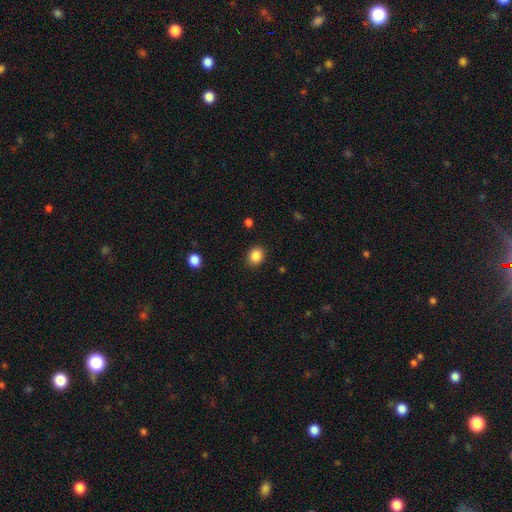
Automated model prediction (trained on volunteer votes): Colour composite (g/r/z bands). It shows a smooth galaxy with no disk features (87%) that is round (64%). Merging: none (88%).